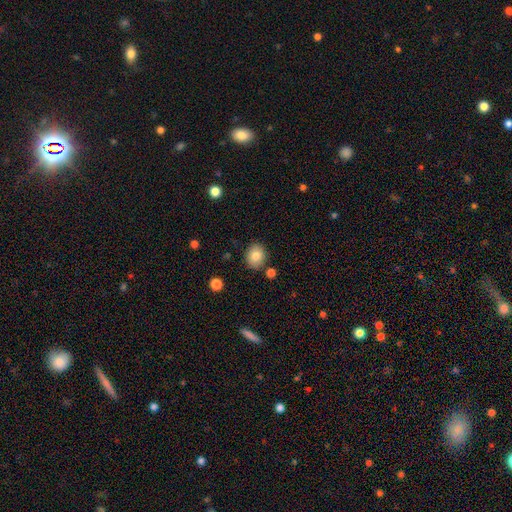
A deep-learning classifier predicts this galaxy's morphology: Smooth or featured?
  - smooth: 83% *
  - star or artifact: 9%
  - featured or disk: 8%
How rounded?
  - round: 64% *
  - in between: 35%
  - cigar-shaped: 1%
Merging?
  - none: 83% *
  - minor disturbance: 11%
  - merger: 4%
  - major disturbance: 3%